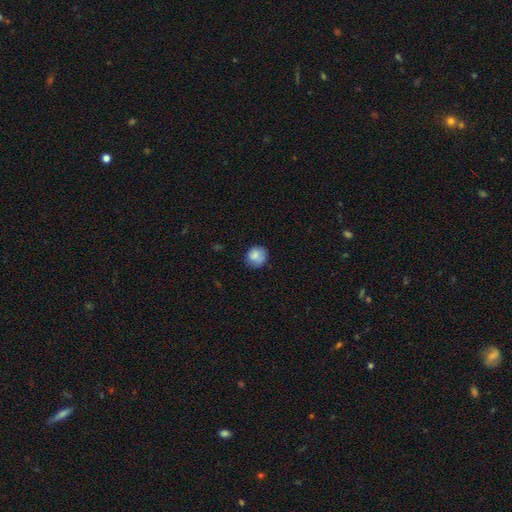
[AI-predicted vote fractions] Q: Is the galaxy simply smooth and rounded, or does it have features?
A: smooth — 82%.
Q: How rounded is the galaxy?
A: round — 83%.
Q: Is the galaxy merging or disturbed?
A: none — 71%.